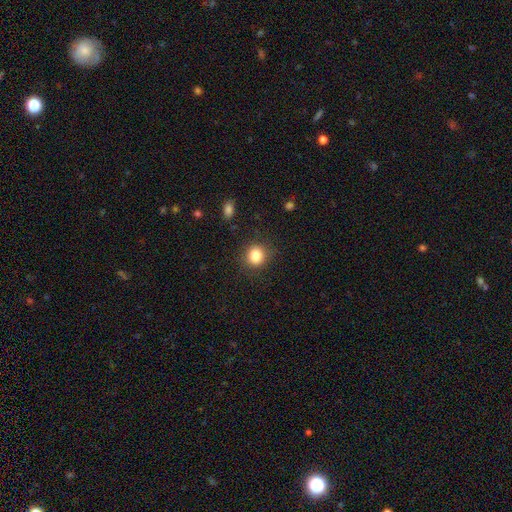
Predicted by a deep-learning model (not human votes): Smooth or featured? smooth (84%)
How rounded? round (85%)
Merging? none (87%)